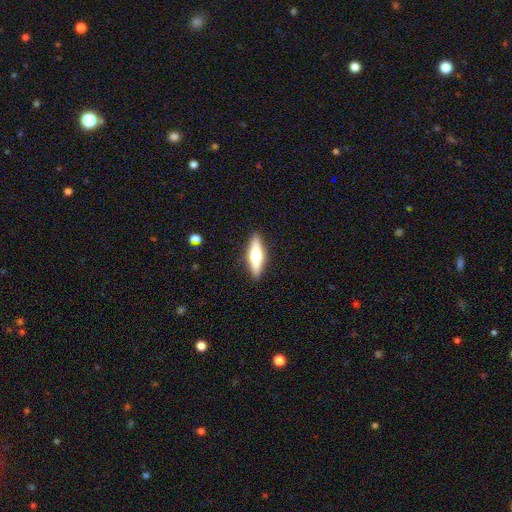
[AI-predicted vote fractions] featured or disk 49%, smooth 45%, star or artifact 6%. Down the decision tree: merging — none (89%).